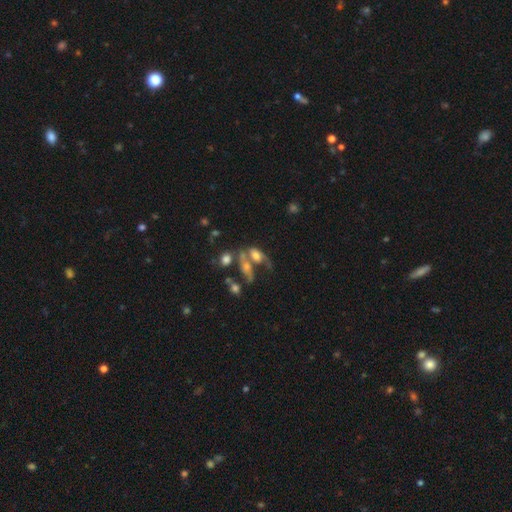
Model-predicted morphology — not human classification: A smooth galaxy with no disk features (46%). Merging: merger (45%).